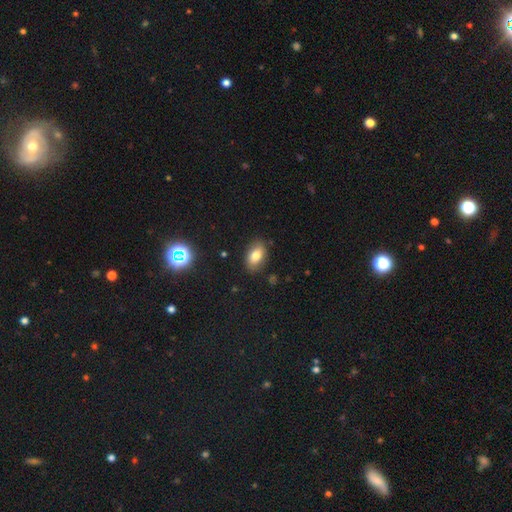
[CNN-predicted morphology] Smooth or featured: smooth — 76% (featured or disk — 14%)
How rounded: in between — 87% (round — 11%)
Merging: none — 83% (minor disturbance — 12%)